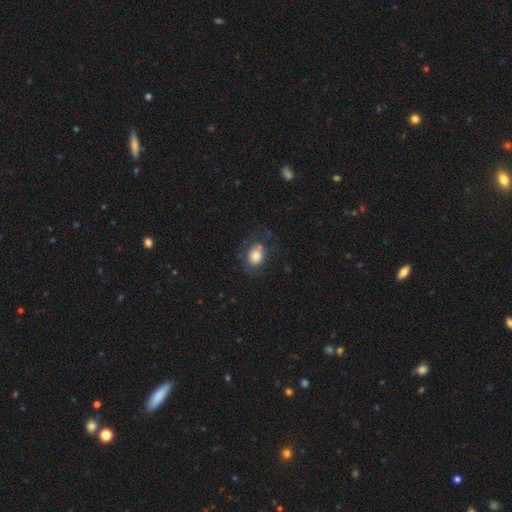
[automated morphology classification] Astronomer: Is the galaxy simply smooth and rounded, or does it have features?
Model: smooth — 77%.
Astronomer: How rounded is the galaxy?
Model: round — 51% (runner-up: in between, 48%).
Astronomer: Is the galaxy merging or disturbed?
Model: none — 58%.